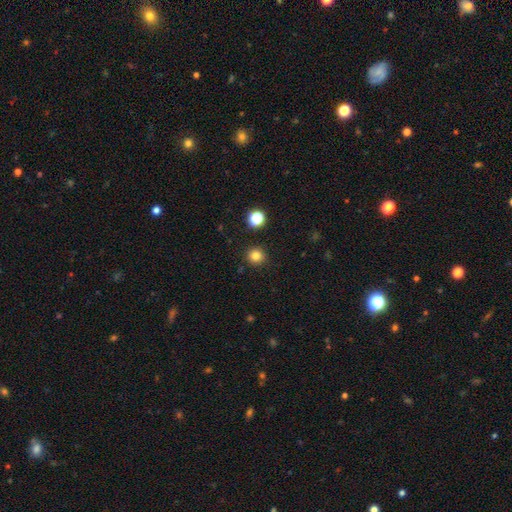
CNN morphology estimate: smooth_or_featured: smooth (p=0.82) [alt: star or artifact p=0.13]
how_rounded: round (p=0.93) [alt: in between p=0.07]
merging: none (p=0.91) [alt: minor disturbance p=0.06]